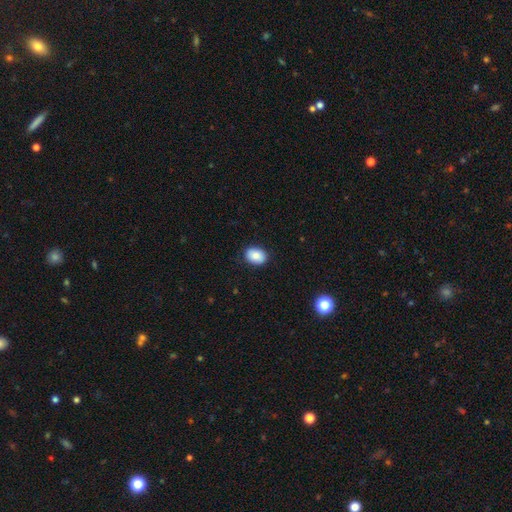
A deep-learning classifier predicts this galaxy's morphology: Smooth or featured?
  - smooth: 85% *
  - star or artifact: 8%
  - featured or disk: 7%
How rounded?
  - in between: 70% *
  - round: 29%
  - cigar-shaped: 1%
Merging?
  - none: 87% *
  - minor disturbance: 10%
  - major disturbance: 2%
  - merger: 1%